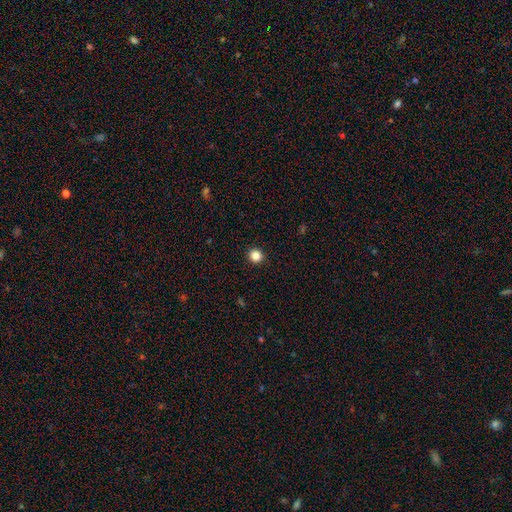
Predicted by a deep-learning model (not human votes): Morphology: type=smooth (85%); roundness=round (92%); merging=none (93%).